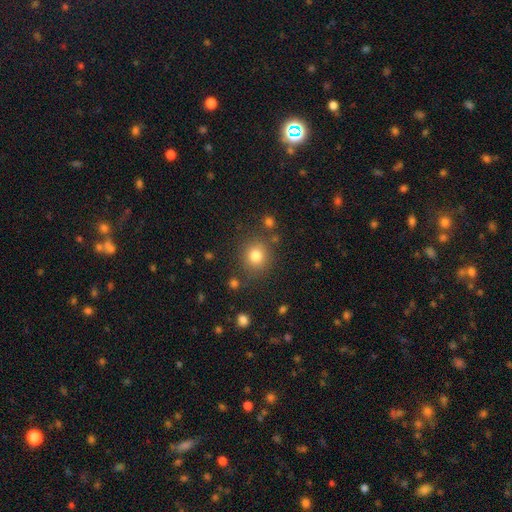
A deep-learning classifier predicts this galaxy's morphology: A smooth galaxy with no disk features (80%) that is round (87%).

Vote fractions:
- Smooth or featured? smooth: 80% / star or artifact: 12% / featured or disk: 7%
- How rounded? round: 87% / in between: 12% / cigar-shaped: 1%
- Merging? none: 82% / minor disturbance: 9% / merger: 5% / major disturbance: 4%